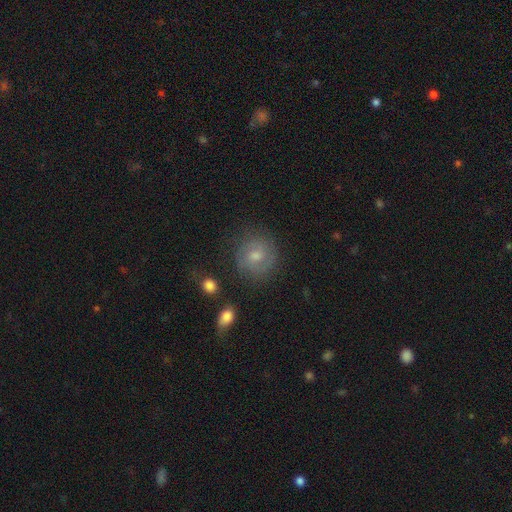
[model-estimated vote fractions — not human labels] This is possibly a featured or disk galaxy (48%). Merging: likely none (78%).